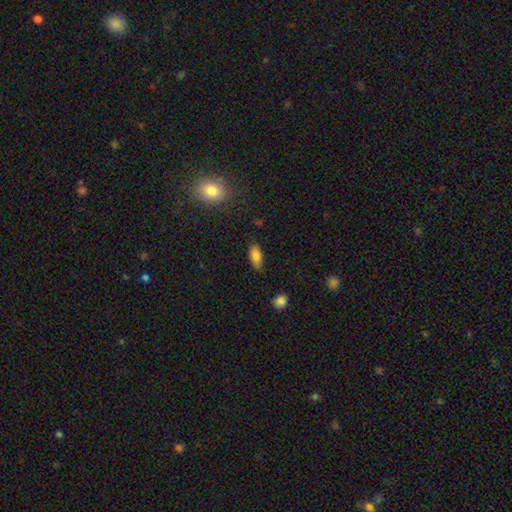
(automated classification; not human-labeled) The model was most divided on "merging": none: 79%, minor disturbance: 16%, major disturbance: 3%, merger: 2%. More confident: how rounded — in between (81%); smooth or featured — smooth (81%).